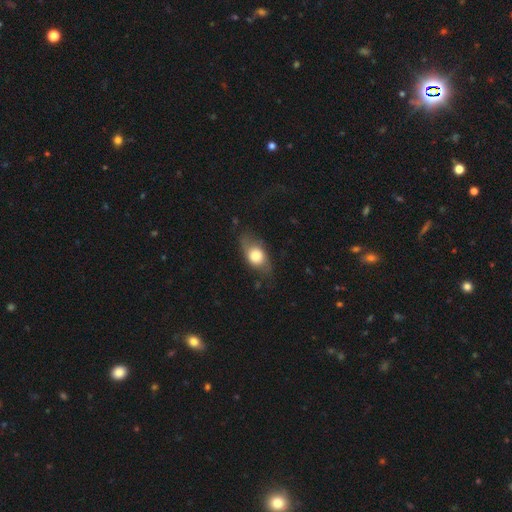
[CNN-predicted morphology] The model was most divided on "merging": none: 63%, minor disturbance: 25%, major disturbance: 10%, merger: 2%. More confident: how rounded — in between (73%); smooth or featured — smooth (66%).